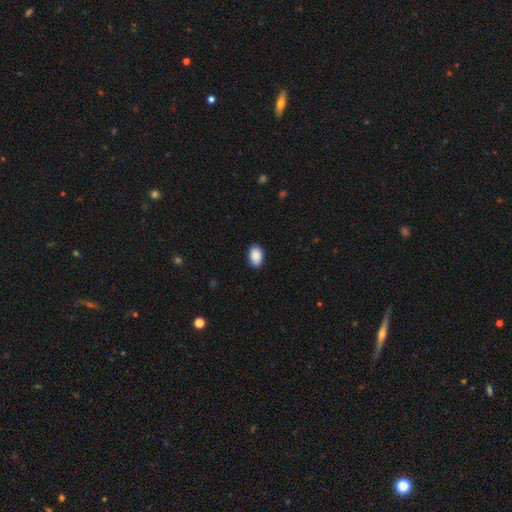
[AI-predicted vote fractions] Smooth or featured? smooth (90%)
How rounded? in between (88%)
Merging? none (87%)